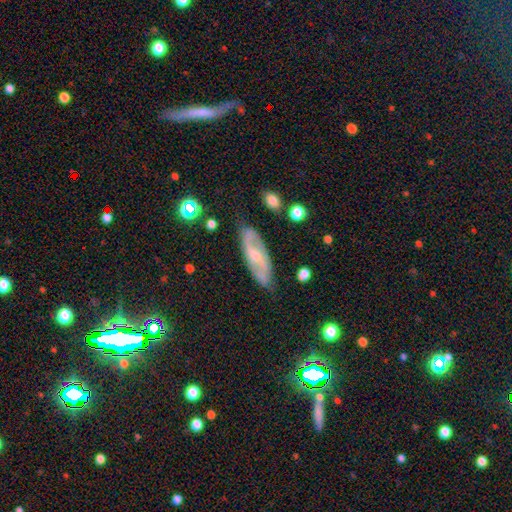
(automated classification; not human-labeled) Smooth or featured? Predicted: featured or disk (p=0.72). Edge-on disk? Predicted: no (p=0.85). Bar? Predicted: weak (p=0.44). Spiral arms? Predicted: yes (p=0.86). Spiral winding? Predicted: medium (p=0.44). Spiral arm count? Predicted: 2 (p=0.82). Bulge size? Predicted: small (p=0.53). Merging? Predicted: none (p=0.80).